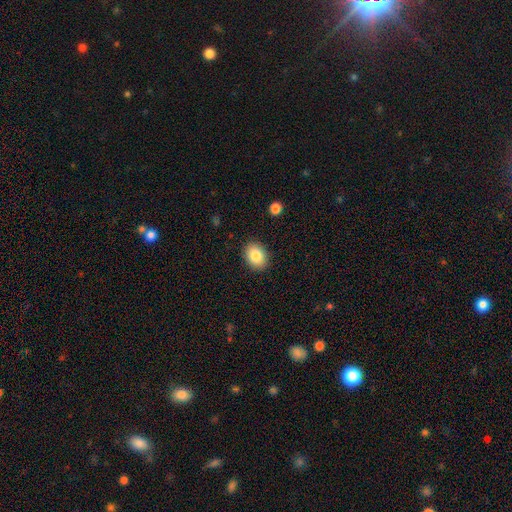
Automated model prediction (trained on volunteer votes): A smooth galaxy with no disk features (84%) that is in between round and cigar-shaped (66%). Merging: none (89%).